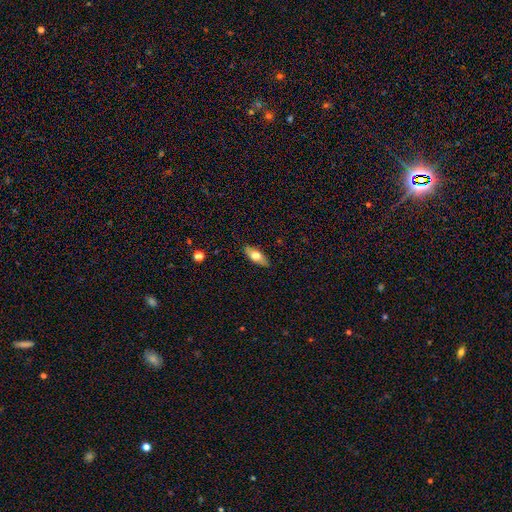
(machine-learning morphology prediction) Q: Smooth or featured?
A: smooth (65%); runner-up: featured or disk (29%)
Q: How rounded?
A: in between (76%); runner-up: cigar-shaped (21%)
Q: Merging?
A: none (87%); runner-up: minor disturbance (10%)